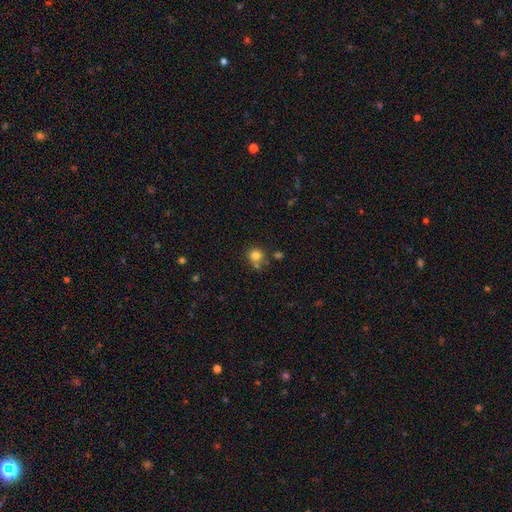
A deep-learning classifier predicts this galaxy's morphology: Smooth or featured? smooth (81%)
How rounded? round (89%)
Merging? none (66%)